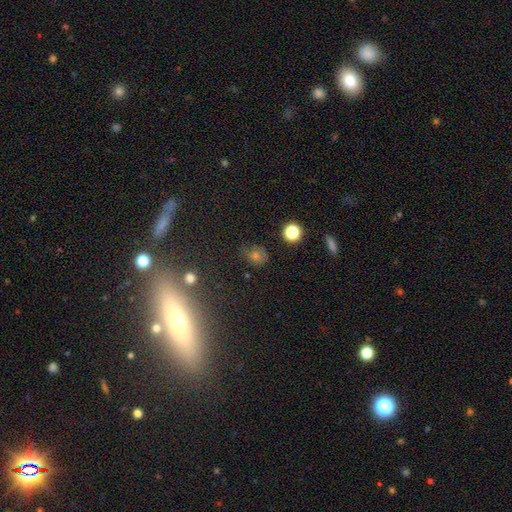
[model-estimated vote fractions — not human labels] Smooth or featured? smooth (58%)
How rounded? round (59%)
Merging? none (72%)